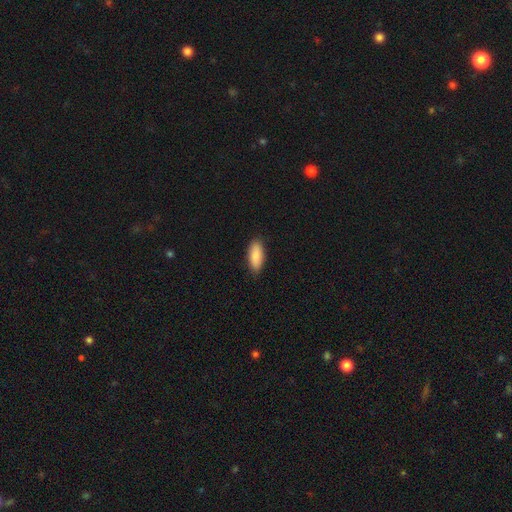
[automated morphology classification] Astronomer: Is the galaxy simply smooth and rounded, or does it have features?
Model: smooth — 89%.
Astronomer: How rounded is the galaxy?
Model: in between — 82%.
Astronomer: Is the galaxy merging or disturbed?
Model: none — 86%.